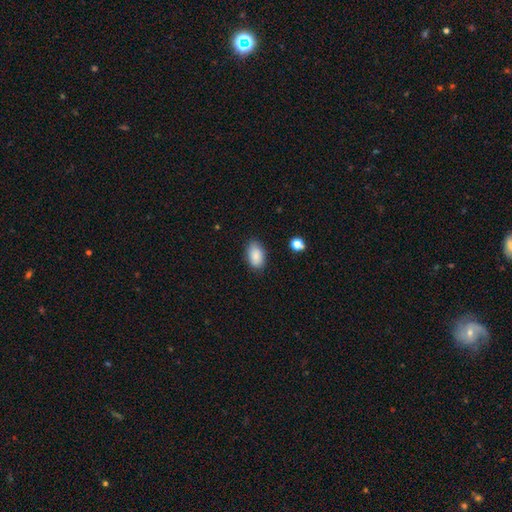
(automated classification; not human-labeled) Q: Smooth or featured?
A: smooth (87%); runner-up: star or artifact (7%)
Q: How rounded?
A: in between (92%); runner-up: round (6%)
Q: Merging?
A: none (82%); runner-up: minor disturbance (14%)